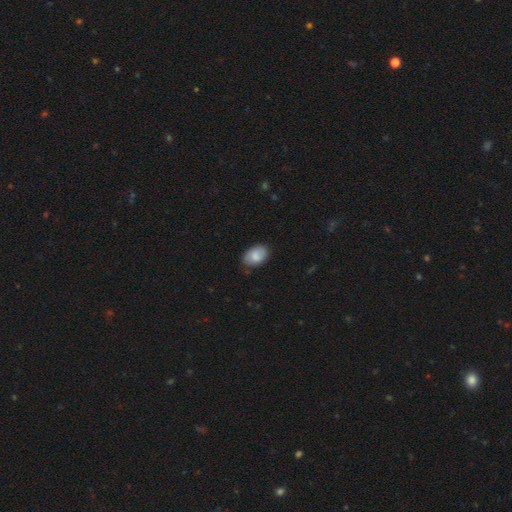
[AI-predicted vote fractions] Smooth or featured: smooth — 82% (featured or disk — 12%)
How rounded: in between — 88% (round — 11%)
Merging: none — 77% (minor disturbance — 19%)